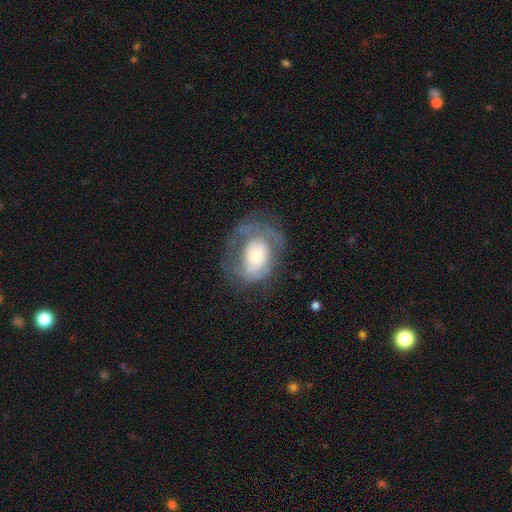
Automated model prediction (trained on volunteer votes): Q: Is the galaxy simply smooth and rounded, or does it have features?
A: featured or disk — 59%.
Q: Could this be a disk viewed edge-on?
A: no — 96%.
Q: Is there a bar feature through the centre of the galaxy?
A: no — 80%.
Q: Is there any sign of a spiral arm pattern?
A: yes — 56%.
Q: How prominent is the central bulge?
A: small — 44%.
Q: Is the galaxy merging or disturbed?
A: none — 49%.